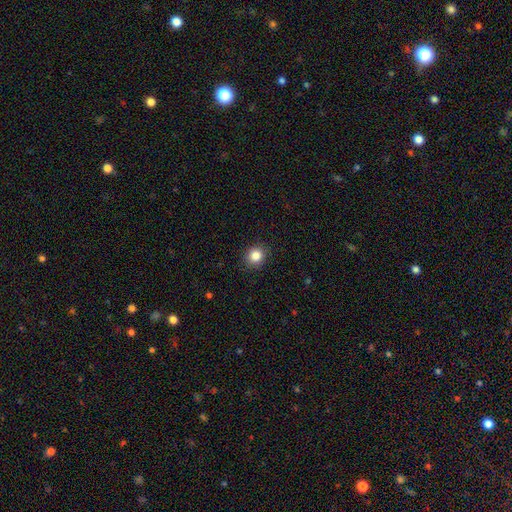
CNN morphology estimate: This appears to be a smooth galaxy with no disk features (85%) that is round (83%). Merging: none (89%).